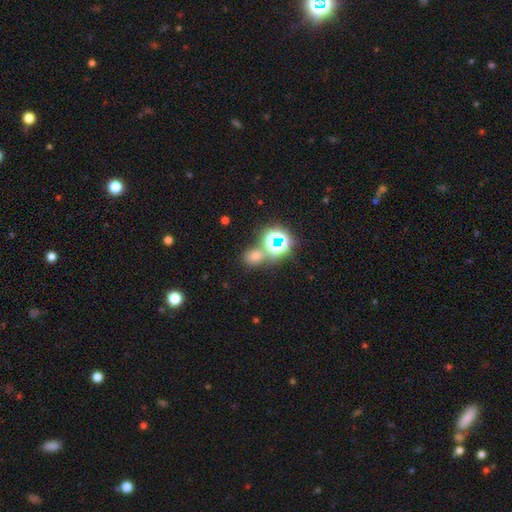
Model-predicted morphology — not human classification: type=smooth (56%); roundness=round (56%); merging=none (66%).